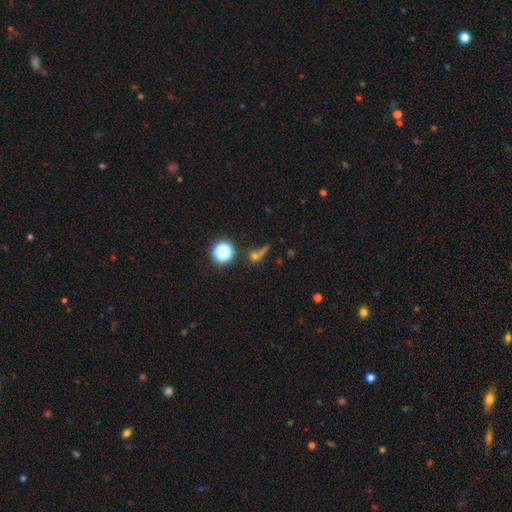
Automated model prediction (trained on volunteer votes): Smooth or featured? Predicted: star or artifact (p=0.42).